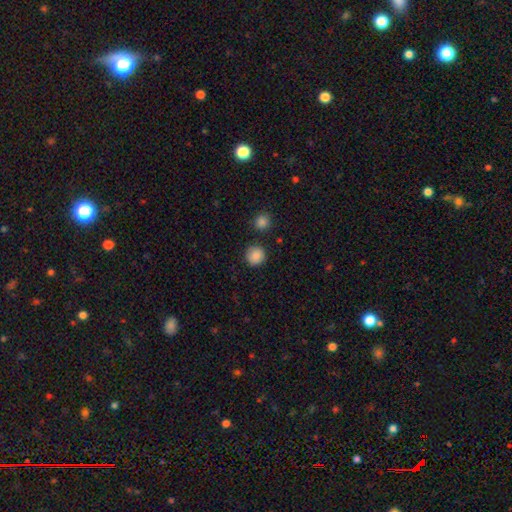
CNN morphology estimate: Smooth or featured: smooth — 87% (star or artifact — 9%)
How rounded: round — 93% (in between — 6%)
Merging: none — 88% (minor disturbance — 7%)